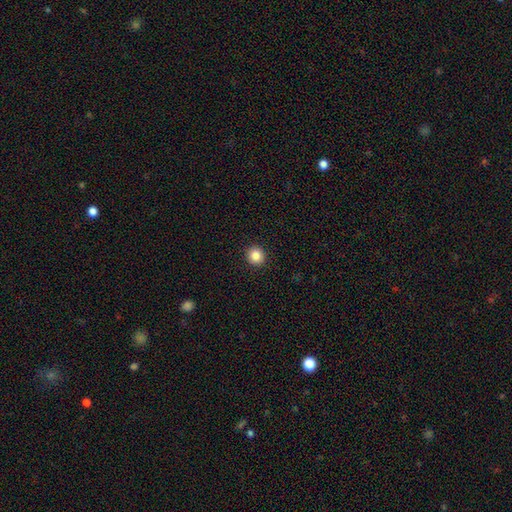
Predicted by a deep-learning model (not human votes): Smooth or featured? Predicted: smooth (p=0.85). How rounded? Predicted: round (p=0.93). Merging? Predicted: none (p=0.93).